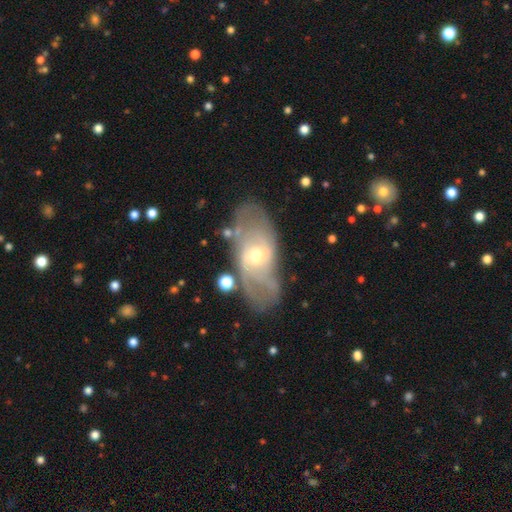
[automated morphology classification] Q: Smooth or featured?
A: featured or disk (73%); runner-up: smooth (20%)
Q: Edge-on disk?
A: no (90%); runner-up: yes (10%)
Q: Bar?
A: no (56%); runner-up: weak (35%)
Q: Spiral arms?
A: yes (75%); runner-up: no (25%)
Q: Bulge size?
A: small (53%); runner-up: moderate (43%)
Q: Merging?
A: none (65%); runner-up: minor disturbance (20%)